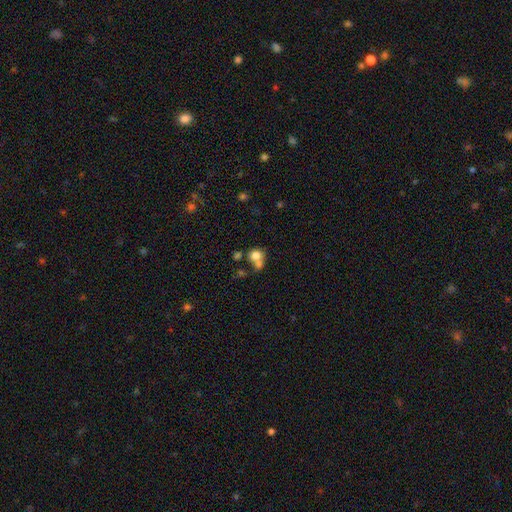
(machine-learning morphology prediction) This is likely a smooth galaxy (75%). How rounded: likely round (76%). Merging: possibly merger (49%).